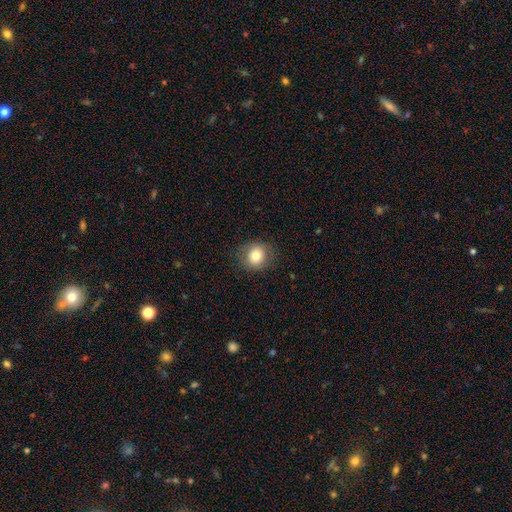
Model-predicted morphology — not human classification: smooth_or_featured: smooth (p=0.78) [alt: featured or disk p=0.12]
how_rounded: round (p=0.81) [alt: in between p=0.18]
merging: none (p=0.85) [alt: minor disturbance p=0.11]